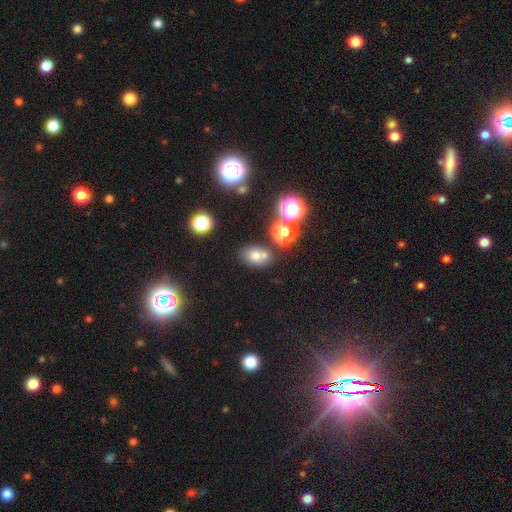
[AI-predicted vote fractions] Morphology: type=smooth (67%); roundness=in between (68%); merging=none (58%).